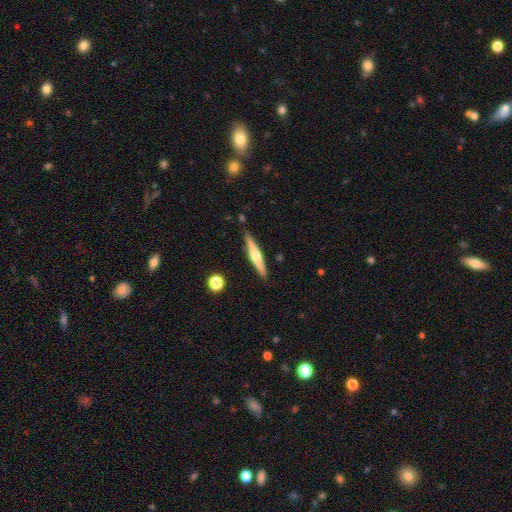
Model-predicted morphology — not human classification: Smooth or featured? featured or disk (67%)
Edge-on disk? yes (98%)
Edge-on bulge? rounded (88%)
Merging? none (89%)